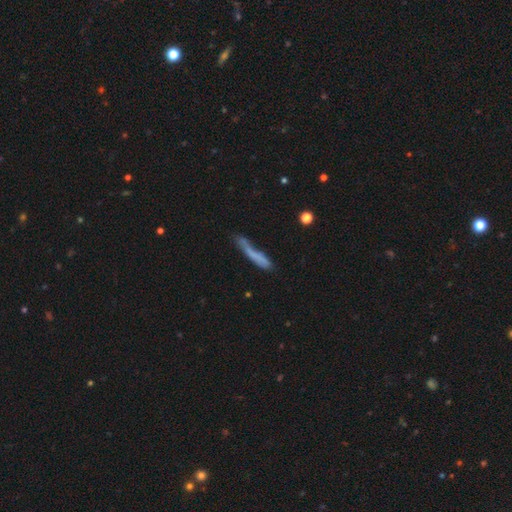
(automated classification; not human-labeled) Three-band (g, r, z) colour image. It shows a smooth galaxy with no disk features (62%) that is cigar-shaped (88%). Merging: none (43%).